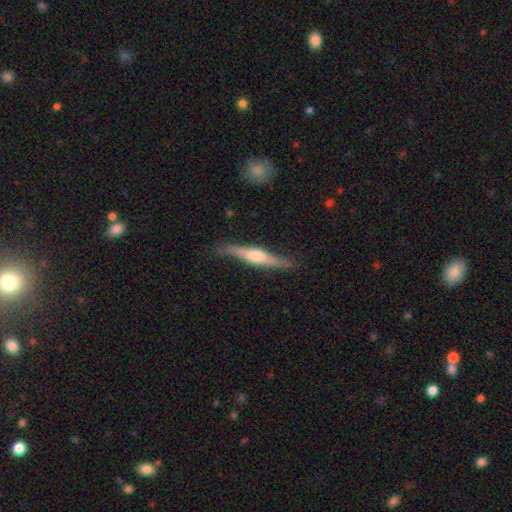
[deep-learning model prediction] Smooth or featured: featured or disk — 69% (smooth — 25%)
Edge-on disk: yes — 92% (no — 8%)
Edge-on bulge: rounded — 75% (boxy — 17%)
Merging: none — 76% (minor disturbance — 18%)